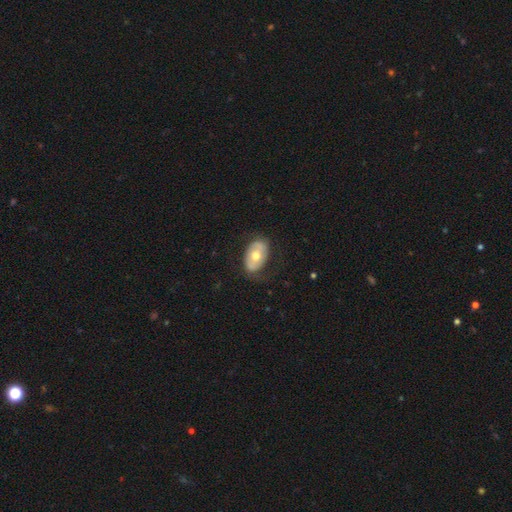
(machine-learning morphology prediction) Q: Smooth or featured?
A: smooth (52%); runner-up: featured or disk (42%)
Q: How rounded?
A: in between (89%); runner-up: round (10%)
Q: Merging?
A: none (71%); runner-up: minor disturbance (20%)